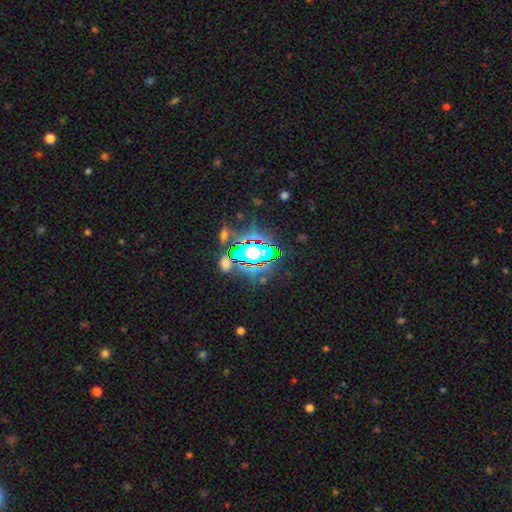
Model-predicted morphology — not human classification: A star or artifact, not a galaxy (81%).